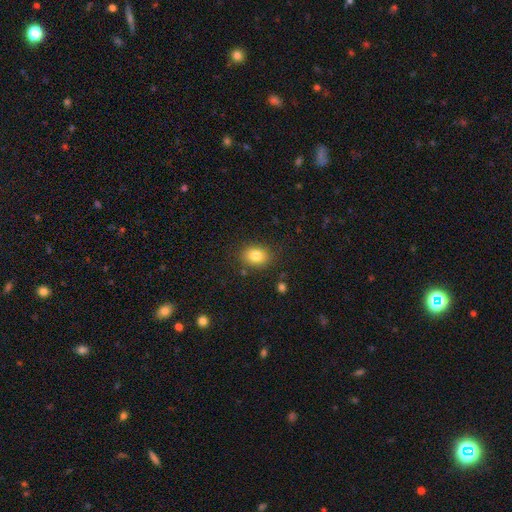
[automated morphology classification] Smooth or featured?
  - smooth: 82% *
  - star or artifact: 10%
  - featured or disk: 8%
How rounded?
  - in between: 55% *
  - round: 44%
  - cigar-shaped: 1%
Merging?
  - none: 84% *
  - minor disturbance: 11%
  - major disturbance: 3%
  - merger: 2%